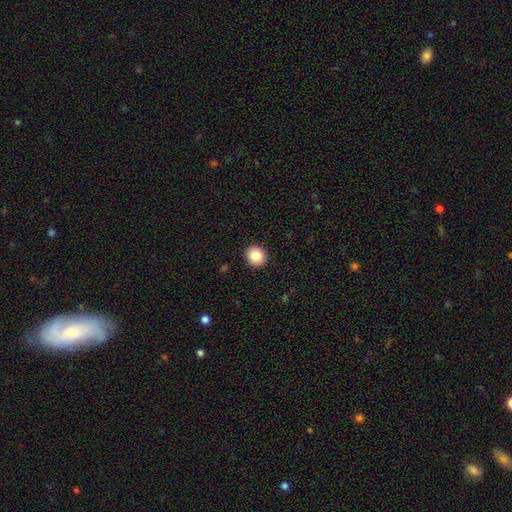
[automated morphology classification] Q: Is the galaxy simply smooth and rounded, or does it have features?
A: smooth — 85%.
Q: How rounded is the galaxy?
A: round — 86%.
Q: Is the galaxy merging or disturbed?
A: none — 92%.